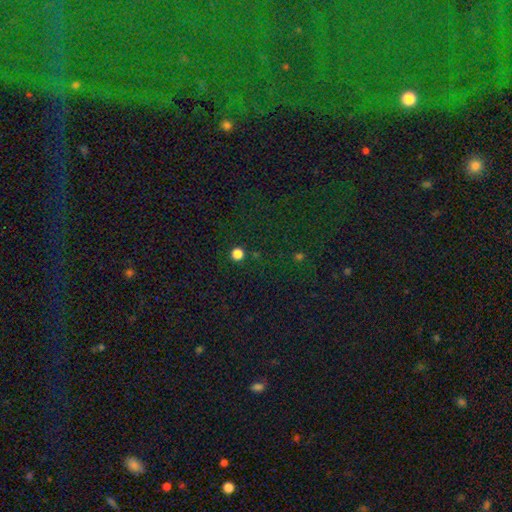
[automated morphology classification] This appears to be a star or artifact, not a galaxy (72%).